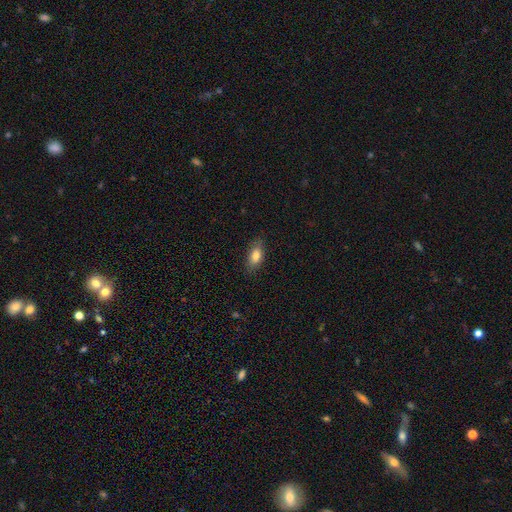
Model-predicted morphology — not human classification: smooth-or-featured: smooth: 81% | featured or disk: 12% | star or artifact: 7%
  how-rounded: in between: 84% | cigar-shaped: 12% | round: 4%
  merging: none: 81% | minor disturbance: 14% | major disturbance: 3% | merger: 1%